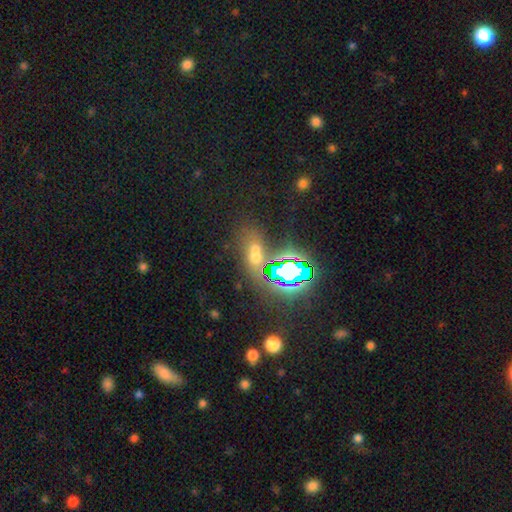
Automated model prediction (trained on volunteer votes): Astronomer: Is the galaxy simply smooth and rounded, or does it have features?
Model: star or artifact — 47% (runner-up: smooth, 39%).